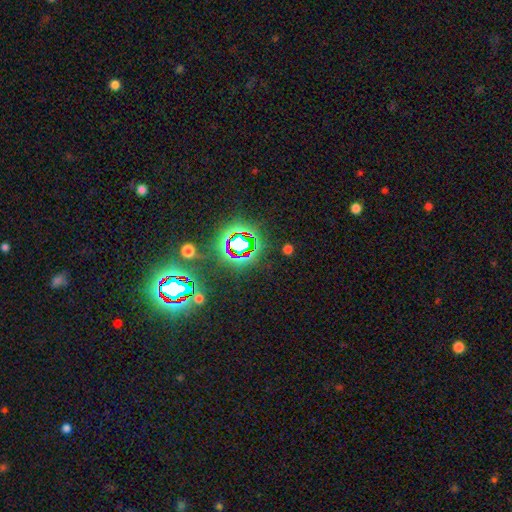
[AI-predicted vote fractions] This is likely a star or artifact rather than a galaxy (79%).